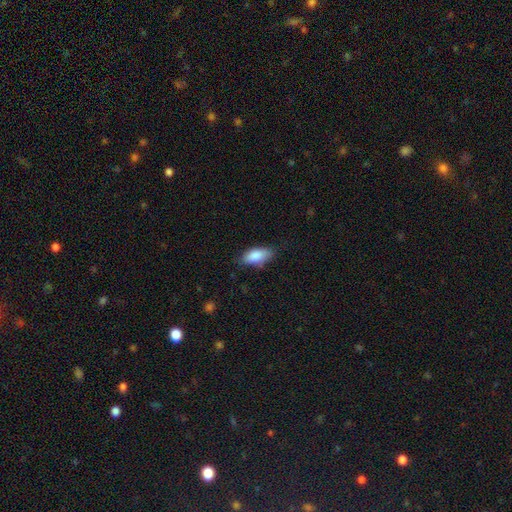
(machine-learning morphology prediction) Overall: smooth (87%). How rounded: in between (88%). Merging: none (74%).